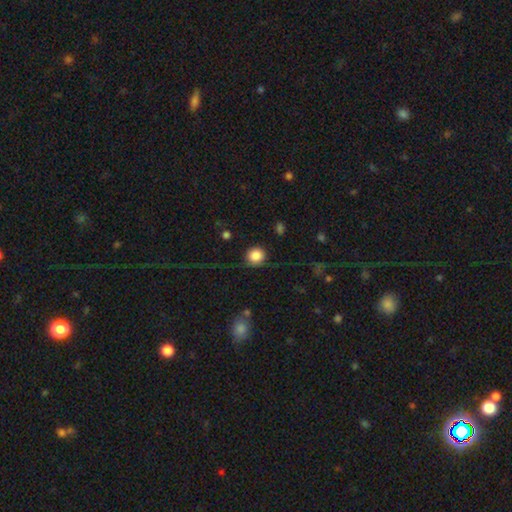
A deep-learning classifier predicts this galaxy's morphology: smooth 85%, star or artifact 9%, featured or disk 5%. Down the decision tree: how rounded — round (89%); merging — none (80%).